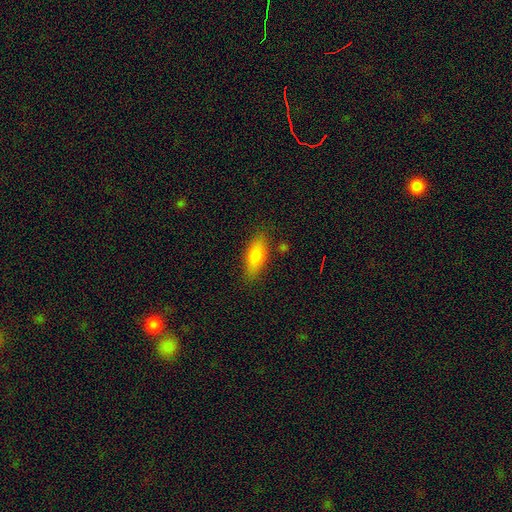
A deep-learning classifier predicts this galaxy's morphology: Smooth or featured? smooth (81%)
How rounded? in between (72%)
Merging? none (82%)